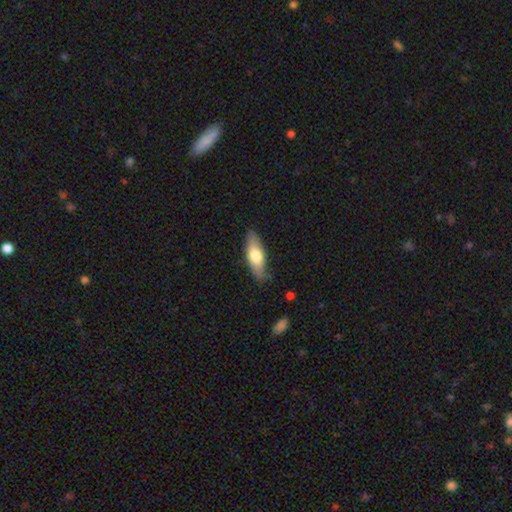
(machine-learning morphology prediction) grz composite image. It shows a smooth galaxy with no disk features (62%) that is in between round and cigar-shaped (60%). Merging: none (82%).